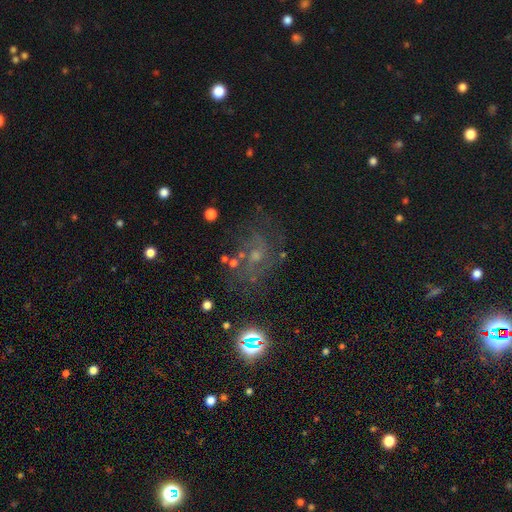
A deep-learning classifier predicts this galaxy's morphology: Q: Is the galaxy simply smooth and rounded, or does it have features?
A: star or artifact — 41%.